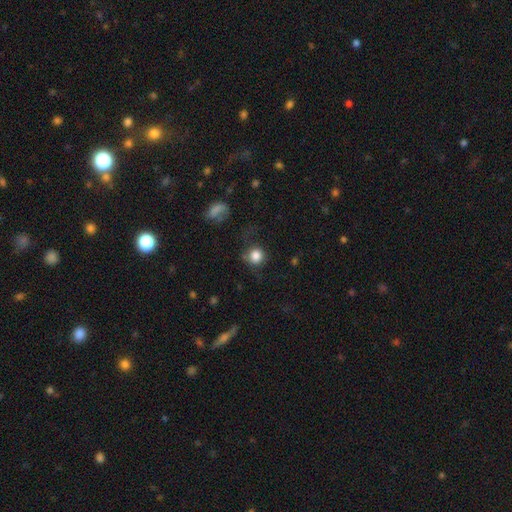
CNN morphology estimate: A smooth galaxy with no disk features (83%) that is round (86%). Merging: none (60%).